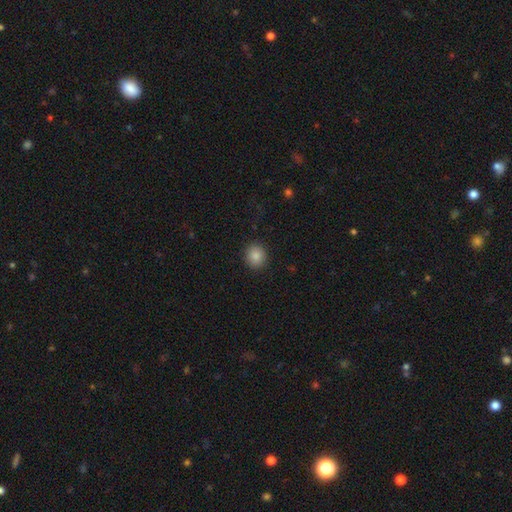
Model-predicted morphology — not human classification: smooth 87%, star or artifact 9%, featured or disk 4%. Down the decision tree: how rounded — round (79%); merging — none (90%).